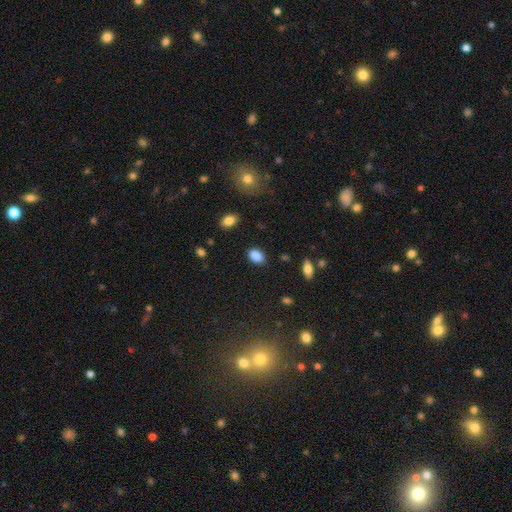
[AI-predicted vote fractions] This appears to be a smooth galaxy with no disk features (87%) that is in between round and cigar-shaped (82%). Merging: none (83%).